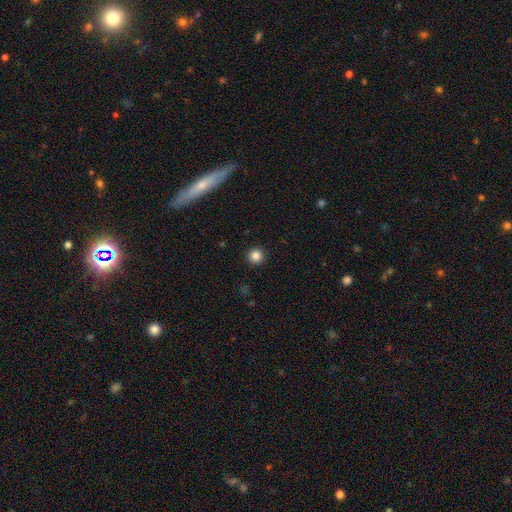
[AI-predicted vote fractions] A smooth galaxy with no disk features (85%) that is round (95%). Merging: none (93%).